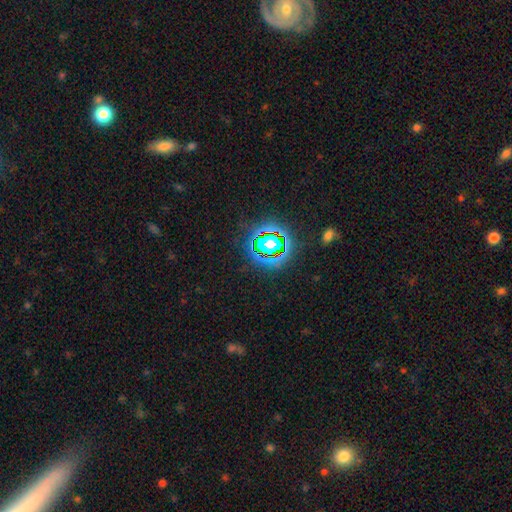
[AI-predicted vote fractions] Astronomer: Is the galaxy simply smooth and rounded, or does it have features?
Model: star or artifact — 71%.